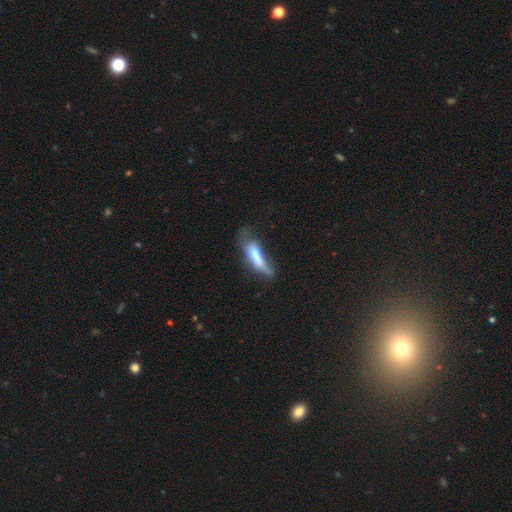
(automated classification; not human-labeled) Smooth or featured: smooth — 64% (featured or disk — 28%)
How rounded: cigar-shaped — 67% (in between — 31%)
Merging: major disturbance — 34% (minor disturbance — 30%)